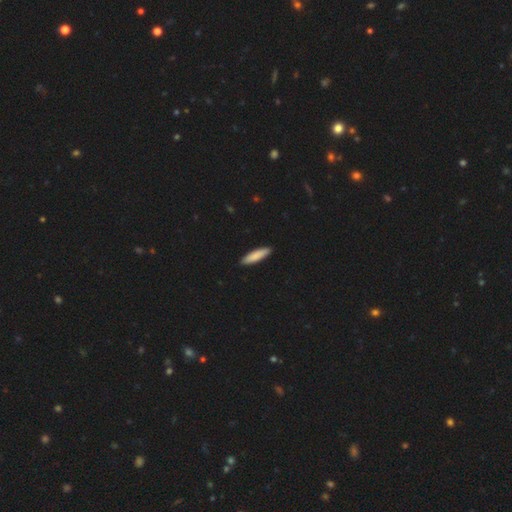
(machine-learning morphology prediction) Smooth or featured? Predicted: smooth (p=0.85). How rounded? Predicted: cigar-shaped (p=0.78). Merging? Predicted: none (p=0.91).